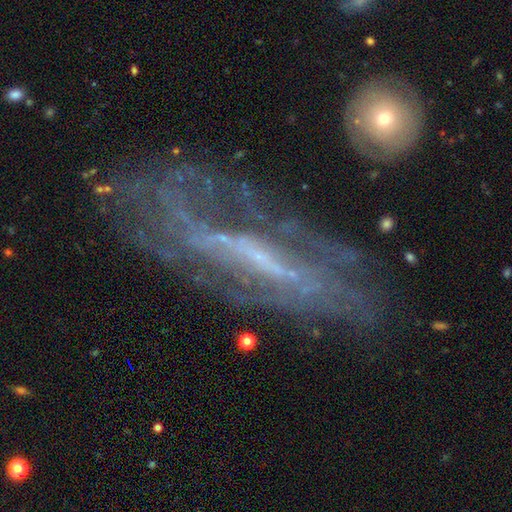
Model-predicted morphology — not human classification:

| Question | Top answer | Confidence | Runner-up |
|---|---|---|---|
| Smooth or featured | featured or disk | 78% | smooth (12%) |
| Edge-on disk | no | 76% | yes (24%) |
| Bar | weak | 34% | tied: no (34%) |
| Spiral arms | yes | 62% | no (38%) |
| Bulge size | small | 55% | none (27%) |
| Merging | none | 51% | major disturbance (23%) |